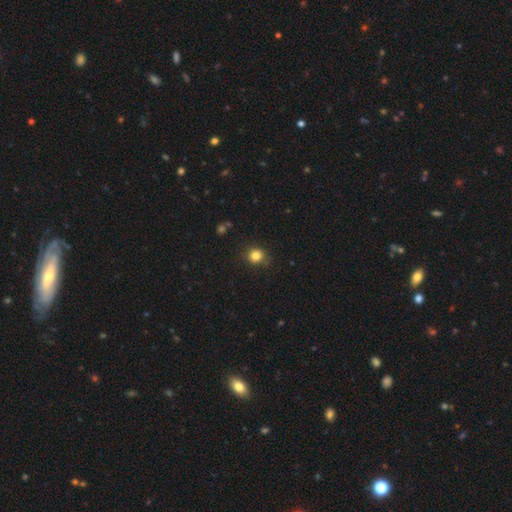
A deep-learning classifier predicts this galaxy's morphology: Overall: smooth (83%). How rounded: round (88%). Merging: none (86%).